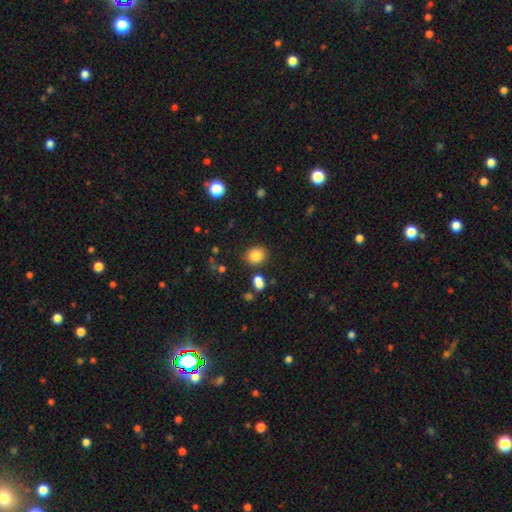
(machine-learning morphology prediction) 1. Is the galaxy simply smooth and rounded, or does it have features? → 85% smooth, 11% star or artifact, 5% featured or disk.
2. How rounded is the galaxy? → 78% round, 21% in between, 1% cigar-shaped.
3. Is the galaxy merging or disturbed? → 82% none, 9% minor disturbance, 5% merger, 3% major disturbance.